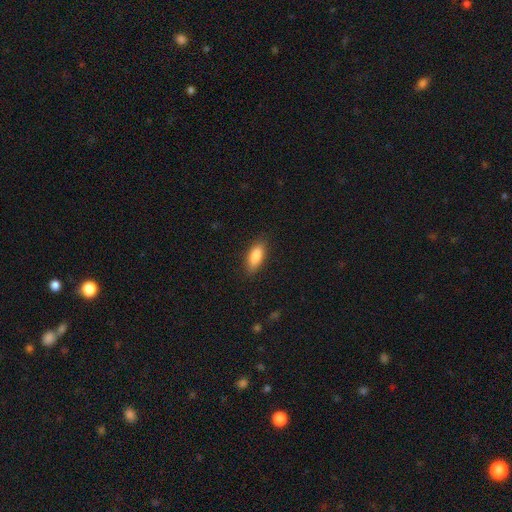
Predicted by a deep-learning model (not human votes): A smooth galaxy with no disk features (85%) that is in between round and cigar-shaped (75%).

Vote fractions:
- Smooth or featured? smooth: 85% / featured or disk: 8% / star or artifact: 7%
- How rounded? in between: 75% / cigar-shaped: 23% / round: 2%
- Merging? none: 85% / minor disturbance: 11% / major disturbance: 3% / merger: 1%